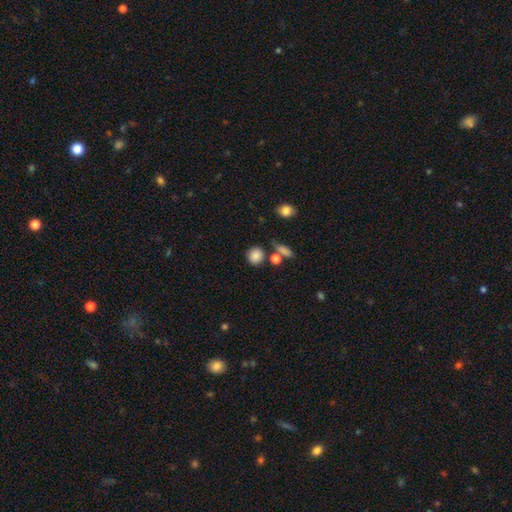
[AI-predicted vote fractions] A smooth galaxy with no disk features (85%) that is round (84%).

Vote fractions:
- Smooth or featured? smooth: 85% / star or artifact: 10% / featured or disk: 6%
- How rounded? round: 84% / in between: 15% / cigar-shaped: 1%
- Merging? none: 74% / merger: 12% / minor disturbance: 10% / major disturbance: 4%